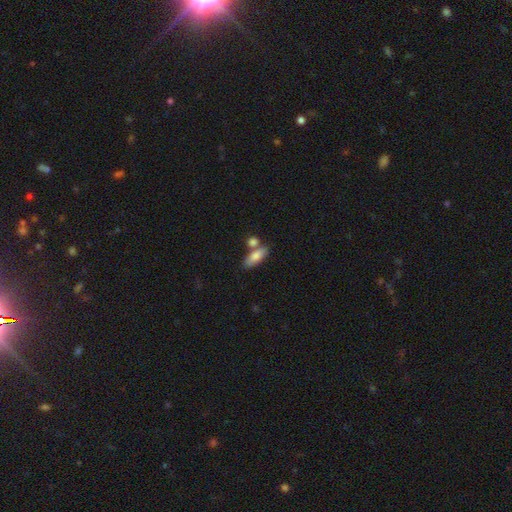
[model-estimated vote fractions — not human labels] Q: Smooth or featured?
A: smooth (80%); runner-up: featured or disk (14%)
Q: How rounded?
A: in between (73%); runner-up: cigar-shaped (23%)
Q: Merging?
A: none (57%); runner-up: merger (27%)